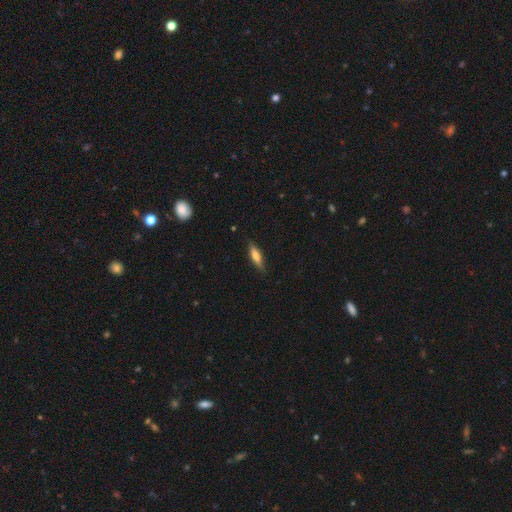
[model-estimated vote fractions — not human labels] Morphology: type=smooth (62%); roundness=cigar-shaped (67%); merging=none (84%).